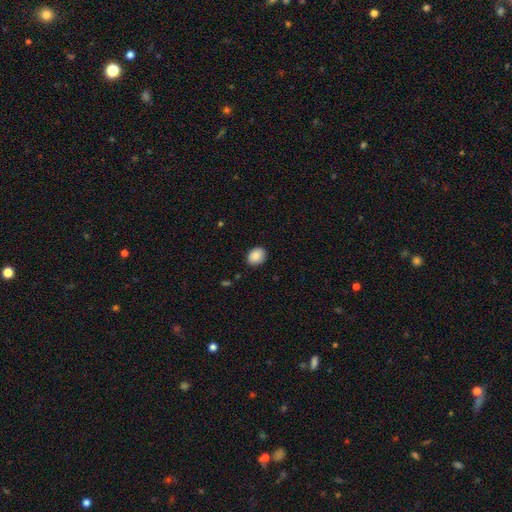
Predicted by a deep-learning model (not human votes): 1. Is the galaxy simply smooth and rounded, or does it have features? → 88% smooth, 8% star or artifact, 4% featured or disk.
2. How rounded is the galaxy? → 57% in between, 42% round, 1% cigar-shaped.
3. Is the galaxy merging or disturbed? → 88% none, 9% minor disturbance, 2% major disturbance, 1% merger.